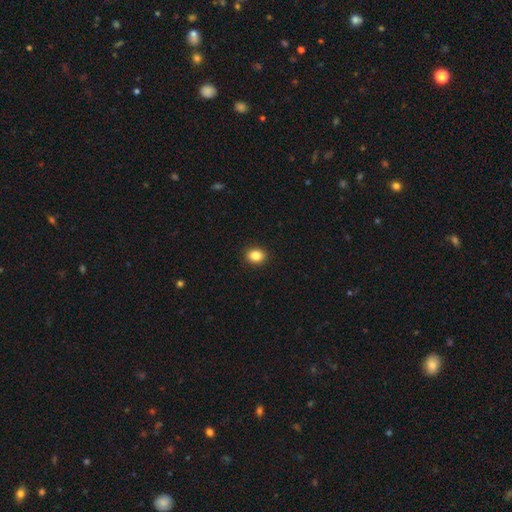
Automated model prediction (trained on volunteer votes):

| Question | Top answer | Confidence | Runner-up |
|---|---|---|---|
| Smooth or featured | smooth | 86% | star or artifact (10%) |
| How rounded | in between | 50% | round (49%) |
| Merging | none | 92% | minor disturbance (6%) |